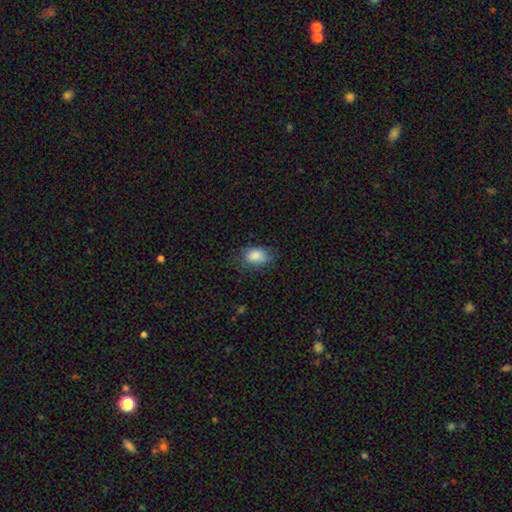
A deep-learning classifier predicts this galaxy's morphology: smooth_or_featured: smooth (p=0.85) [alt: star or artifact p=0.08]
how_rounded: in between (p=0.83) [alt: round p=0.16]
merging: none (p=0.70) [alt: minor disturbance p=0.22]